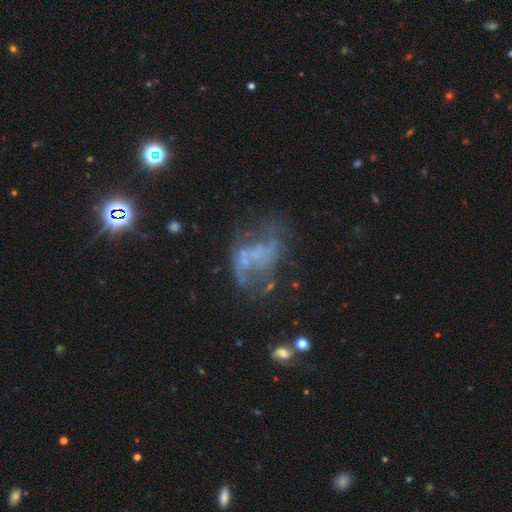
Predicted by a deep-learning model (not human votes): Morphology: type=featured or disk (63%); edge-on=no (97%); bar=no (79%); spiral arms=no (68%); bulge=none (74%); merging=none (37%).